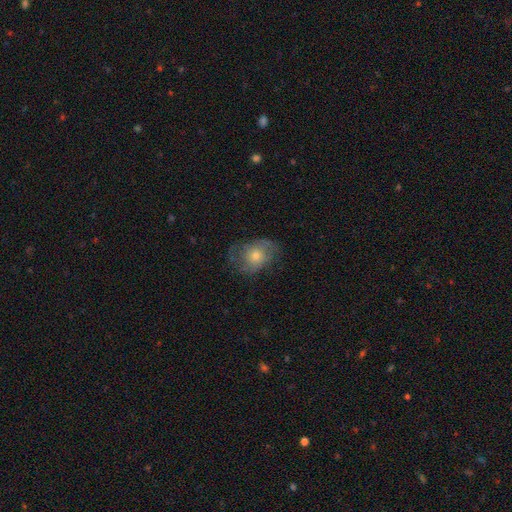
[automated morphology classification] Smooth or featured? Predicted: featured or disk (p=0.51). Edge-on disk? Predicted: no (p=0.96). Merging? Predicted: none (p=0.62).